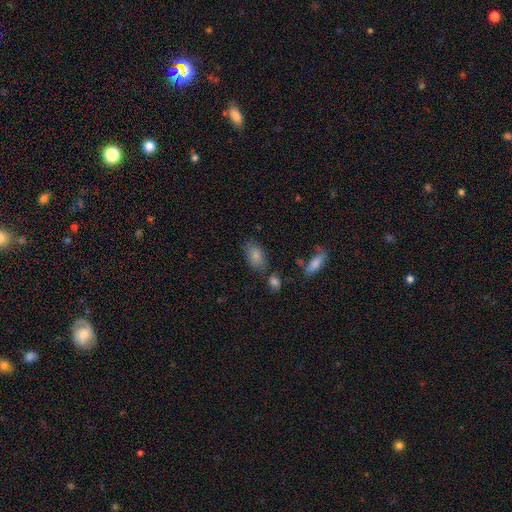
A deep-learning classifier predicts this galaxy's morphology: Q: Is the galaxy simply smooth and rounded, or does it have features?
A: smooth — 83%.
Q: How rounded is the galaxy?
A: in between — 90%.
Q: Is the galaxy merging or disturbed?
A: none — 71%.